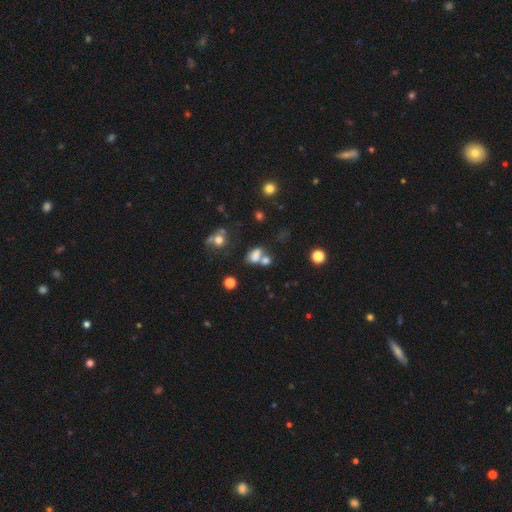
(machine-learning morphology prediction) smooth-or-featured: smooth: 71% | star or artifact: 17% | featured or disk: 12%
  how-rounded: in between: 73% | round: 24% | cigar-shaped: 3%
  merging: merger: 51% | none: 31% | minor disturbance: 11% | major disturbance: 7%